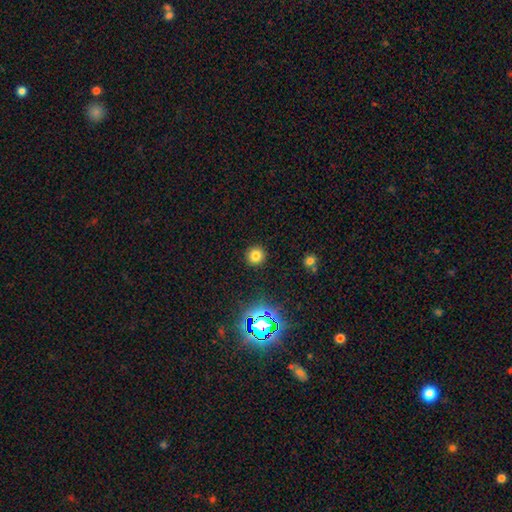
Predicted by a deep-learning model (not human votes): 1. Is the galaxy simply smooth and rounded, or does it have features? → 76% smooth, 18% star or artifact, 6% featured or disk.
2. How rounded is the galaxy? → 94% round, 5% in between, 1% cigar-shaped.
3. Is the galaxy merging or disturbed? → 91% none, 5% minor disturbance, 2% major disturbance, 1% merger.